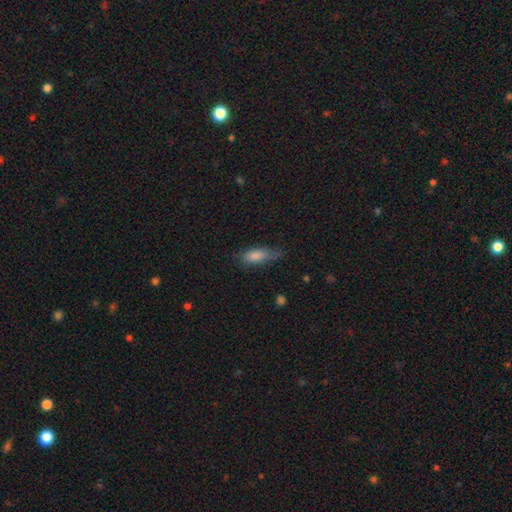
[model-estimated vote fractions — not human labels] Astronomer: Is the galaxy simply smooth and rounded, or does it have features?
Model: smooth — 77%.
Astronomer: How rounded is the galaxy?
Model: in between — 62%.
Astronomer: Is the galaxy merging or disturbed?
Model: none — 61%.